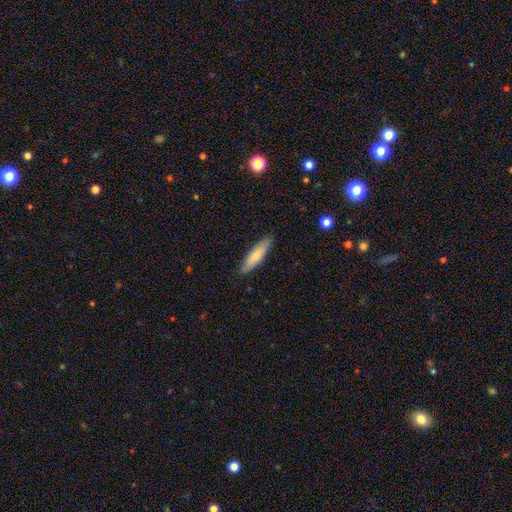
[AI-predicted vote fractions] Smooth or featured? Predicted: smooth (p=0.70). How rounded? Predicted: cigar-shaped (p=0.75). Merging? Predicted: none (p=0.87).